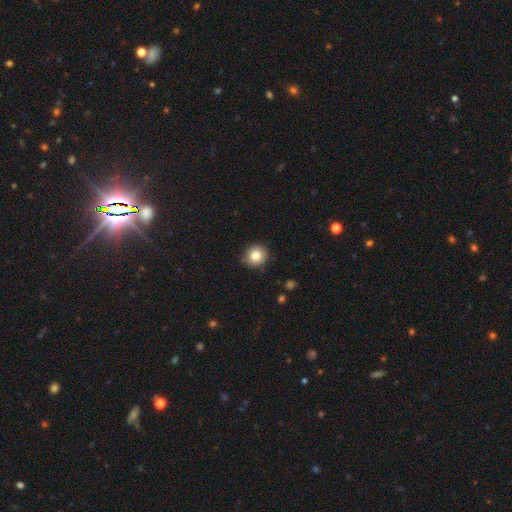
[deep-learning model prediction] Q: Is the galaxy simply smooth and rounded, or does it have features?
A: smooth — 81%.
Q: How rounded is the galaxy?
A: round — 90%.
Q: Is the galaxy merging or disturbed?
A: none — 87%.